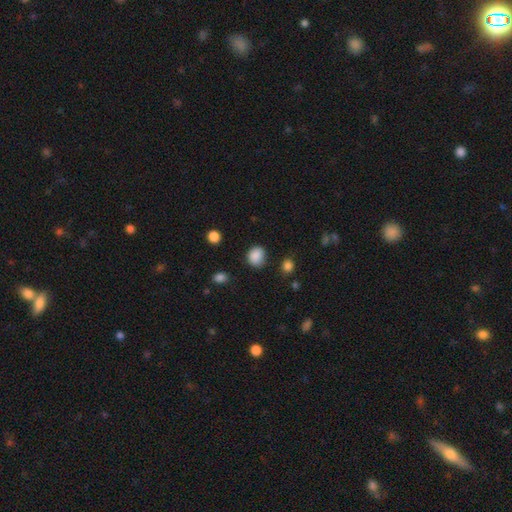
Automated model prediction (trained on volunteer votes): Overall: smooth (87%). How rounded: round (71%). Merging: none (77%).